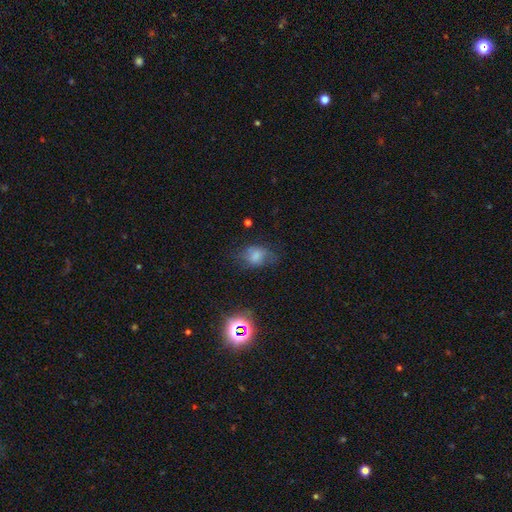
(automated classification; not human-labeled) This is likely a smooth galaxy (64%). How rounded: likely in between (74%). Merging: possibly none (49%).